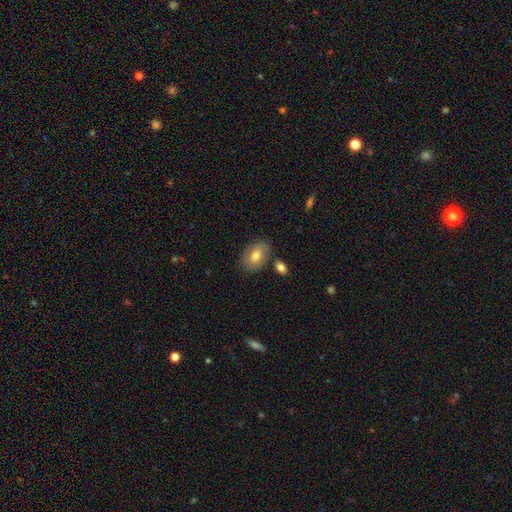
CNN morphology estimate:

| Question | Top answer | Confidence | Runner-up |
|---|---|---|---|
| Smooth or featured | smooth | 72% | featured or disk (21%) |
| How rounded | in between | 86% | round (12%) |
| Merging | none | 76% | minor disturbance (13%) |